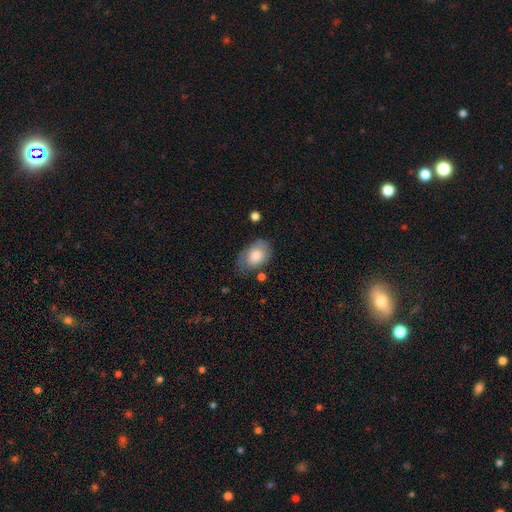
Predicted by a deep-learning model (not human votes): Smooth or featured?
  - smooth: 76% *
  - featured or disk: 17%
  - star or artifact: 7%
How rounded?
  - in between: 85% *
  - round: 14%
  - cigar-shaped: 1%
Merging?
  - none: 53% *
  - minor disturbance: 32%
  - major disturbance: 11%
  - merger: 5%